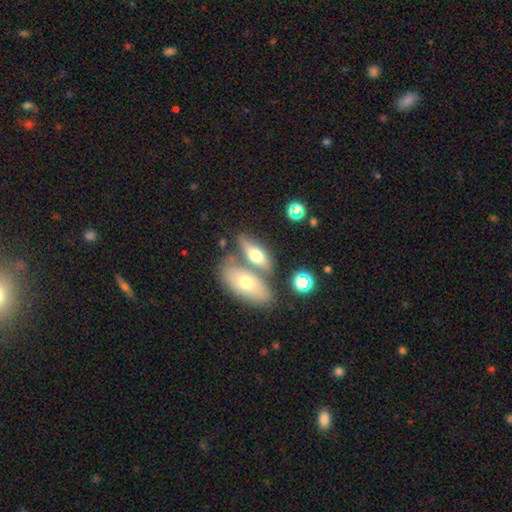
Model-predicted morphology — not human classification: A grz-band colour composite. It shows a smooth galaxy with no disk features (59%) that is in between round and cigar-shaped (70%). Merging: none (46%).